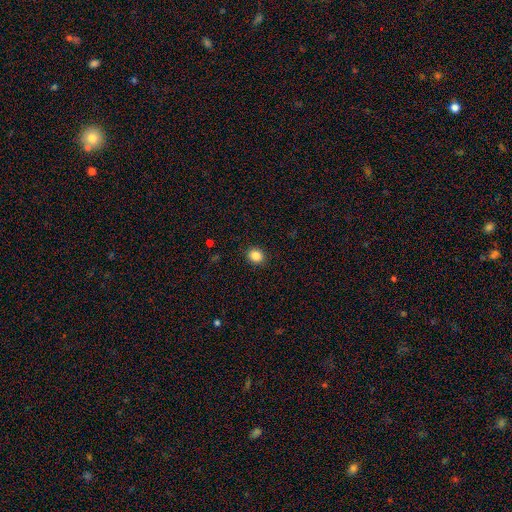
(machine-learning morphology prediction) type=smooth (85%); roundness=round (70%); merging=none (91%).